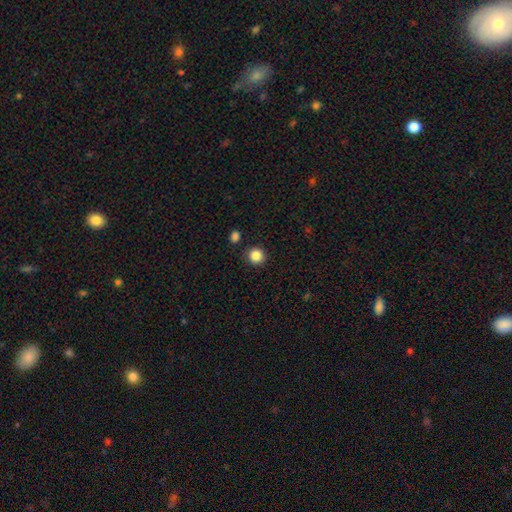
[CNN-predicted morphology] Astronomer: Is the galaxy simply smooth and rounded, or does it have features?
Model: smooth — 86%.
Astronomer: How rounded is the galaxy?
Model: round — 93%.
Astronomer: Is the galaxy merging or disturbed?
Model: none — 90%.